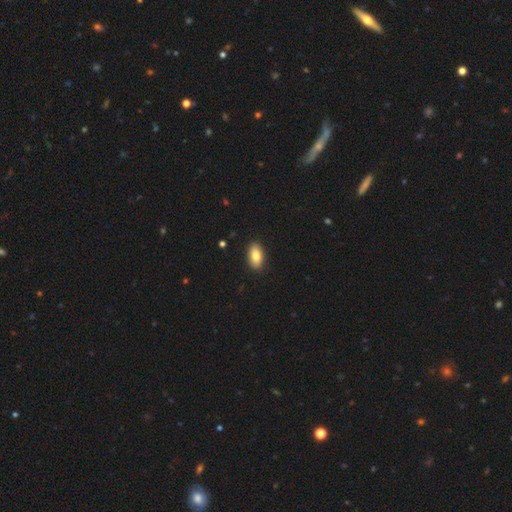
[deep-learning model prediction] Overall: smooth (83%). How rounded: in between (93%). Merging: none (90%).